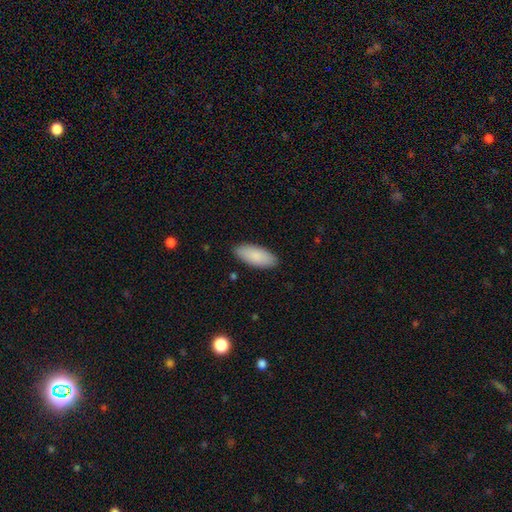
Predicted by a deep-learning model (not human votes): smooth-or-featured: smooth: 88% | featured or disk: 6% | star or artifact: 6%
  how-rounded: in between: 85% | cigar-shaped: 14% | round: 2%
  merging: none: 88% | minor disturbance: 9% | major disturbance: 2% | merger: 1%